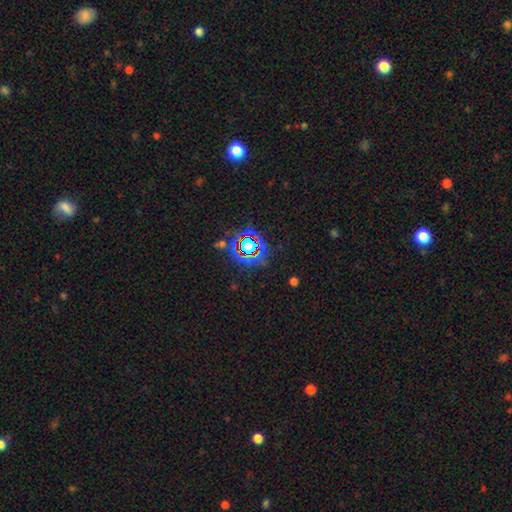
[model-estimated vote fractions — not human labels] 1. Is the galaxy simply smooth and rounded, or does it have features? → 71% star or artifact, 16% smooth, 13% featured or disk.